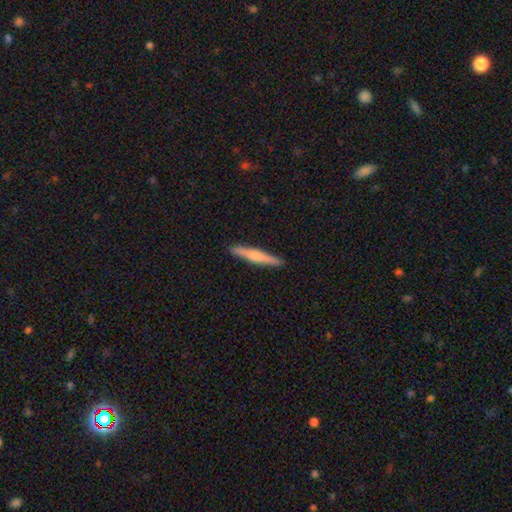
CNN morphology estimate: smooth-or-featured: featured or disk: 48% | smooth: 46% | star or artifact: 5%
  merging: none: 91% | minor disturbance: 6% | major disturbance: 1% | merger: 1%